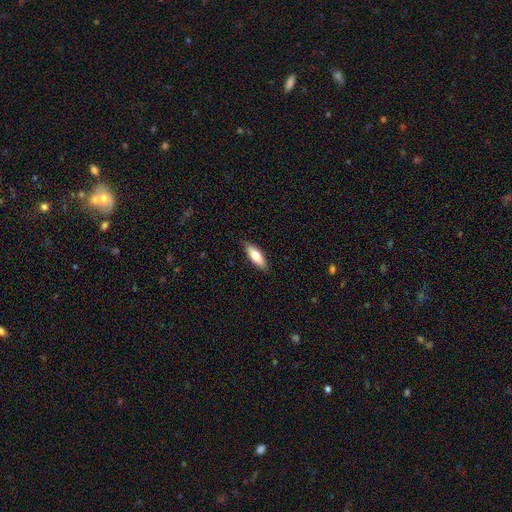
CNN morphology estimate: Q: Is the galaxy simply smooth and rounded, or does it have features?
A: smooth — 75%.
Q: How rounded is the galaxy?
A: in between — 65%.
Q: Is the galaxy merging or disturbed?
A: none — 86%.